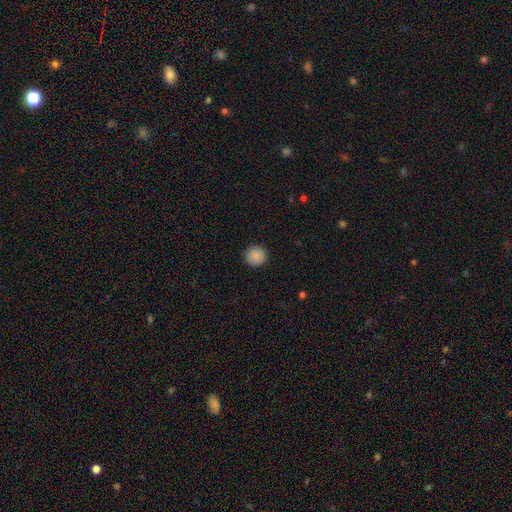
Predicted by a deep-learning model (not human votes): Smooth or featured: smooth — 88% (star or artifact — 8%)
How rounded: round — 94% (in between — 5%)
Merging: none — 92% (minor disturbance — 6%)